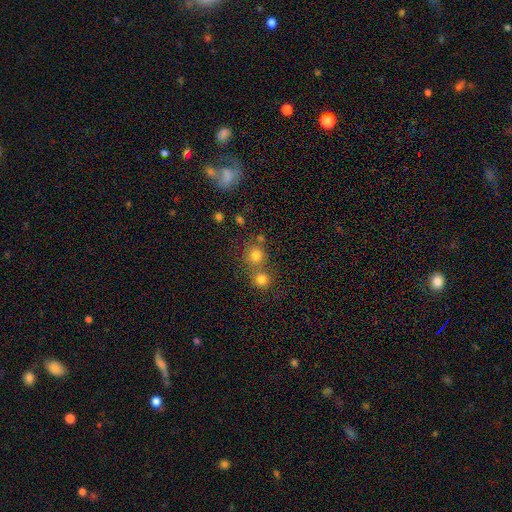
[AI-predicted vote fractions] smooth-or-featured: smooth: 75% | star or artifact: 17% | featured or disk: 9%
  how-rounded: round: 87% | in between: 11% | cigar-shaped: 1%
  merging: none: 54% | merger: 36% | minor disturbance: 7% | major disturbance: 3%